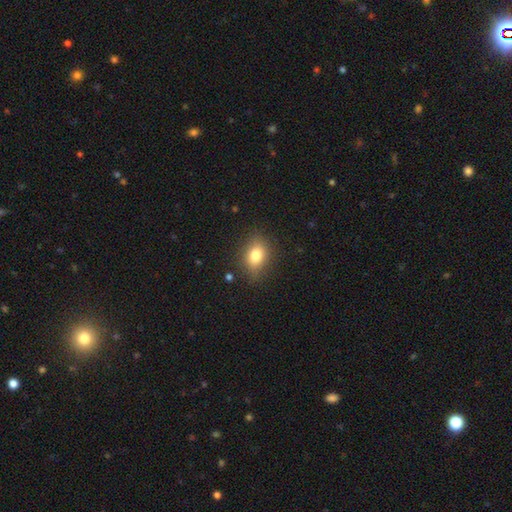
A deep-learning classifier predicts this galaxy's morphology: Smooth or featured? smooth (78%)
How rounded? in between (67%)
Merging? none (81%)